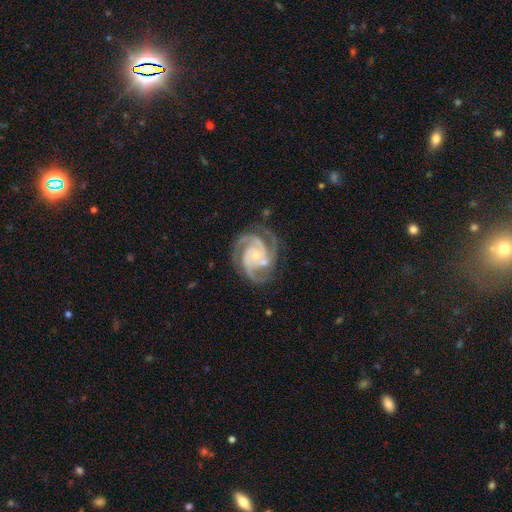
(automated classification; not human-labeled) A featured or disk galaxy (93%) with no bar (66%), 3 (50%) tight (59%) spiral arms (99%) and a small central bulge (69%). Merging: none (69%).